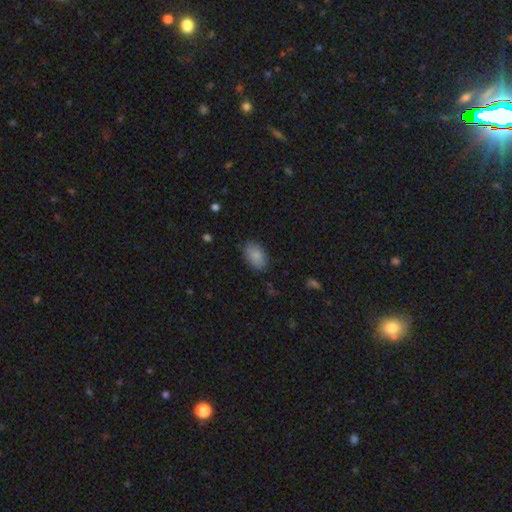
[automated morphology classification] A smooth galaxy with no disk features (88%) that is in between round and cigar-shaped (90%). Merging: none (83%).